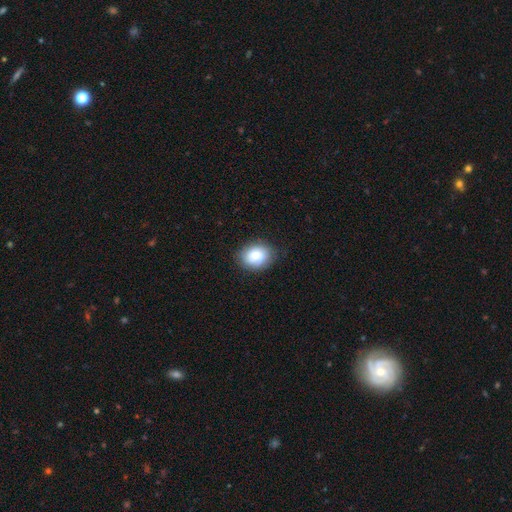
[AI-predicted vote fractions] Overall: smooth (80%). How rounded: in between (50%; round 49%). Merging: none (82%).